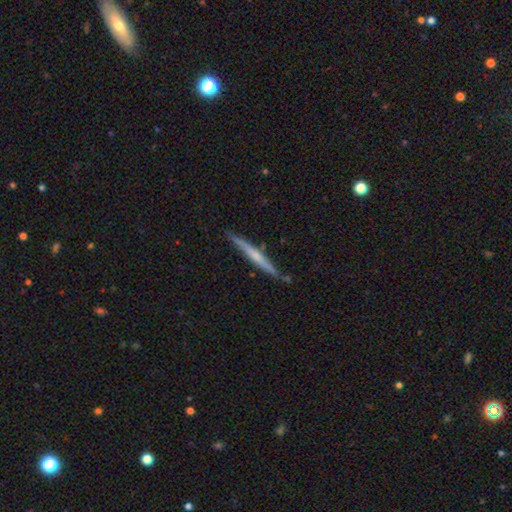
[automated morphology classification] featured or disk 58%, smooth 37%, star or artifact 5%. Down the decision tree: edge-on disk — yes (97%); edge-on bulge — none (52%); merging — none (85%).